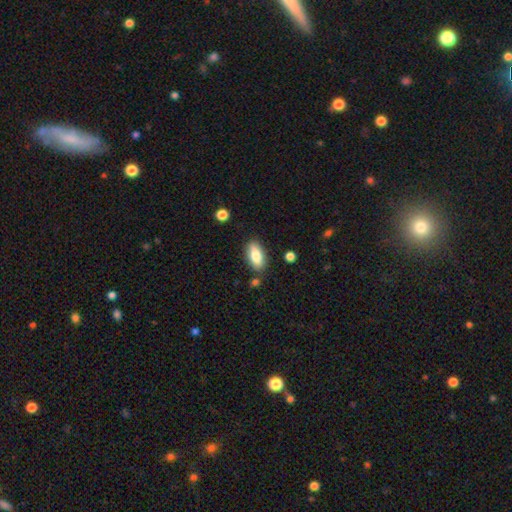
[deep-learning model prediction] Smooth or featured?
  - smooth: 80% *
  - featured or disk: 13%
  - star or artifact: 7%
How rounded?
  - in between: 86% *
  - cigar-shaped: 11%
  - round: 3%
Merging?
  - none: 83% *
  - minor disturbance: 11%
  - merger: 4%
  - major disturbance: 3%